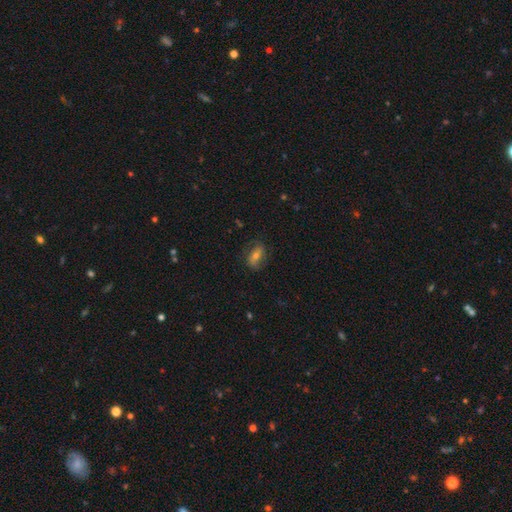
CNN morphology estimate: This appears to be a smooth galaxy with no disk features (46%). Merging: none (76%).